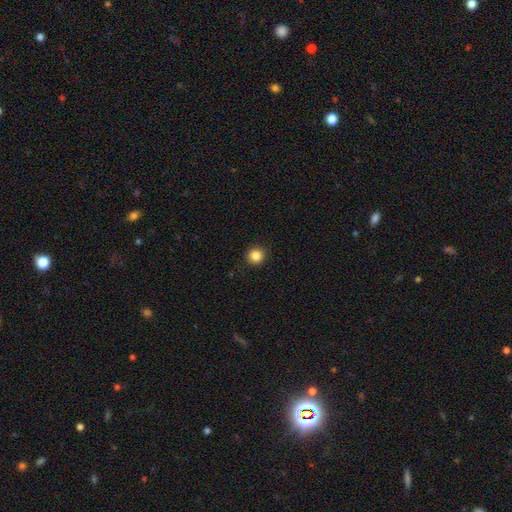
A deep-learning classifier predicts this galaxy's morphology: A smooth galaxy with no disk features (85%) that is round (92%). Merging: none (91%).